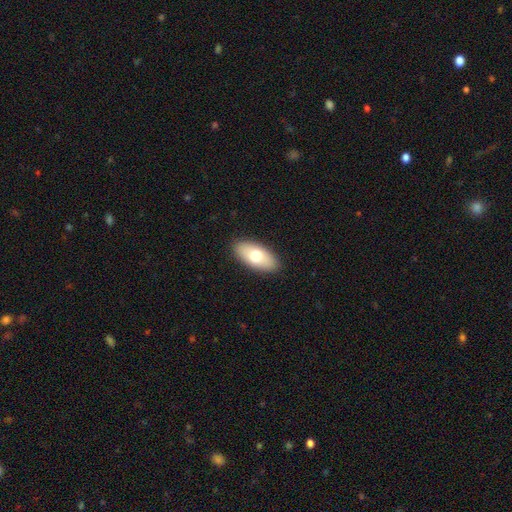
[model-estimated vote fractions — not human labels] Smooth or featured: smooth — 71% (featured or disk — 23%)
How rounded: in between — 91% (cigar-shaped — 6%)
Merging: none — 89% (minor disturbance — 8%)